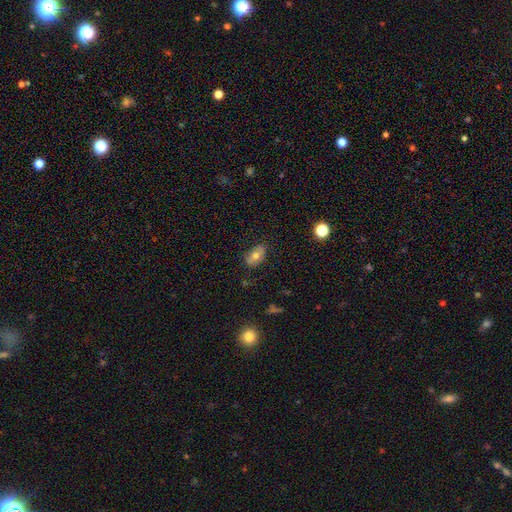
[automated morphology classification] Smooth or featured? smooth (61%)
How rounded? in between (86%)
Merging? none (78%)